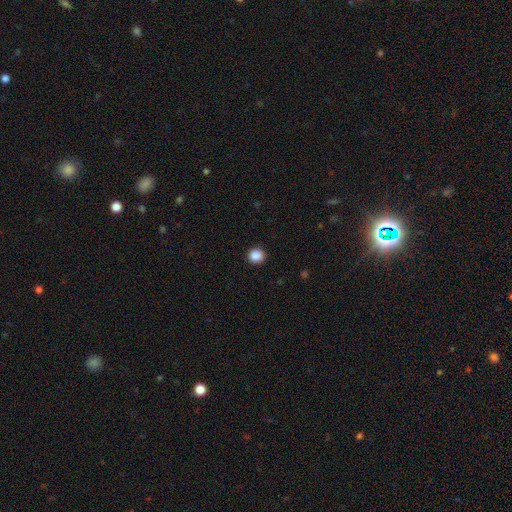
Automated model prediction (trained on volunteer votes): A smooth galaxy with no disk features (88%) that is round (92%). Merging: none (93%).